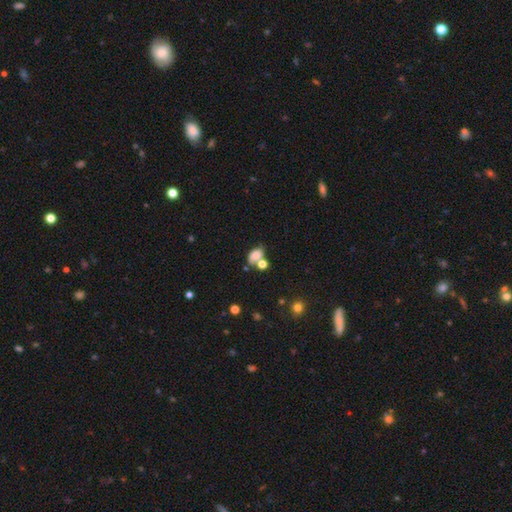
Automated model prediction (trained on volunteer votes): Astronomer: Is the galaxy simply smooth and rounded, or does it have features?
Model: smooth — 75%.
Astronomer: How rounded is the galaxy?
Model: in between — 82%.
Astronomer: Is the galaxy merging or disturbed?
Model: merger — 39% (runner-up: none, 34%).